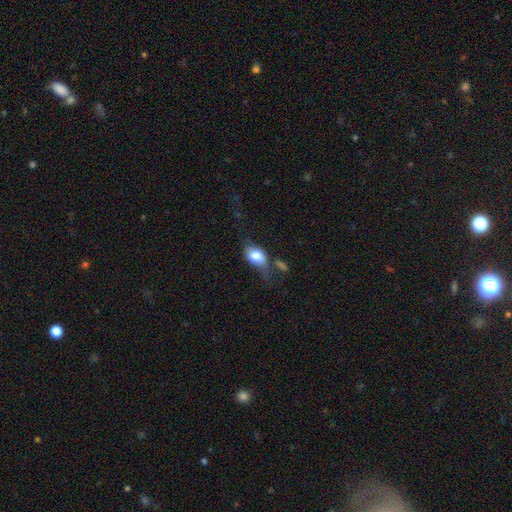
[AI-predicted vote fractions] smooth_or_featured: smooth (p=0.74) [alt: featured or disk p=0.19]
how_rounded: in between (p=0.77) [alt: round p=0.20]
merging: none (p=0.38) [alt: minor disturbance p=0.29]